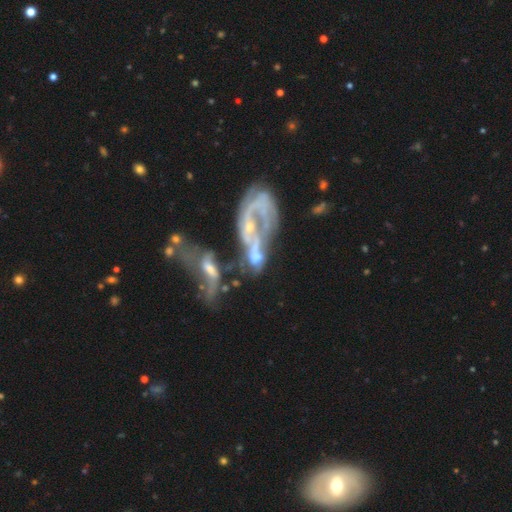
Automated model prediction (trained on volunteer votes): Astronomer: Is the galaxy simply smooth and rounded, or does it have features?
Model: featured or disk — 67%.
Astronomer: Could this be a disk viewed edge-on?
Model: no — 93%.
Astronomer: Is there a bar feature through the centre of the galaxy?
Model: no — 73%.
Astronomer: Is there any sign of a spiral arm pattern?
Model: no — 52% (runner-up: yes, 48%).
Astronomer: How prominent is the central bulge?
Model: small — 37% (runner-up: none, 28%).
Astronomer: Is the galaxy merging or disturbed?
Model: merger — 66%.